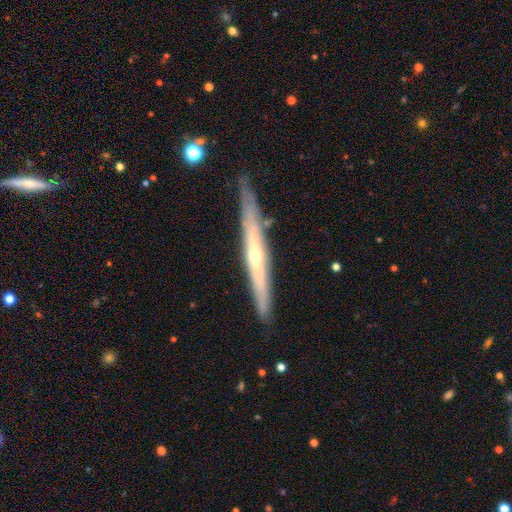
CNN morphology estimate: type=featured or disk (73%); edge-on=yes (93%); edge-on bulge=rounded (71%); merging=none (84%).